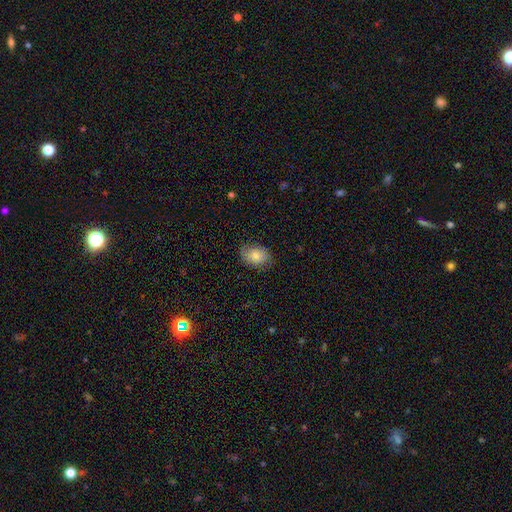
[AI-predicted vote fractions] Smooth or featured? smooth (77%)
How rounded? in between (74%)
Merging? none (74%)